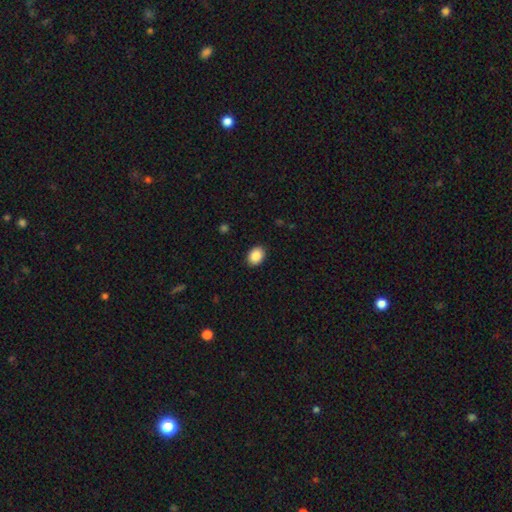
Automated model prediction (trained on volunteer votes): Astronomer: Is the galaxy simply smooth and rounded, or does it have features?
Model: smooth — 88%.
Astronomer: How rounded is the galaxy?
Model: in between — 66%.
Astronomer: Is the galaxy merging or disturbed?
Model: none — 90%.